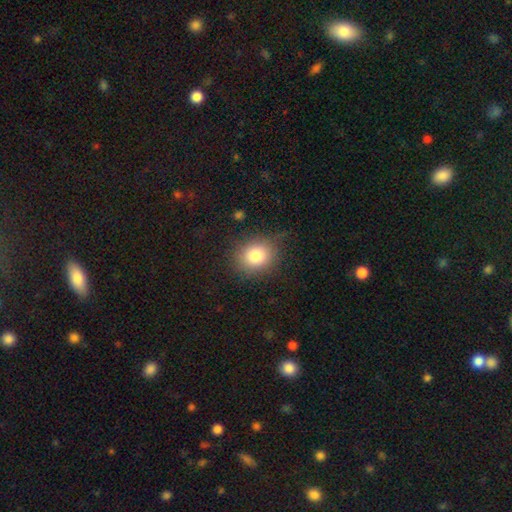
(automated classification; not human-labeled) smooth_or_featured: smooth (p=0.81) [alt: star or artifact p=0.10]
how_rounded: round (p=0.70) [alt: in between p=0.29]
merging: none (p=0.79) [alt: minor disturbance p=0.14]